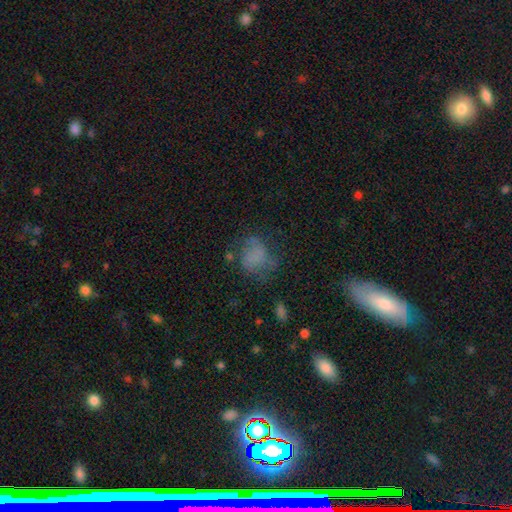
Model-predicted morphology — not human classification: A smooth galaxy with no disk features (60%) that is in between round and cigar-shaped (50%). Merging: none (44%).